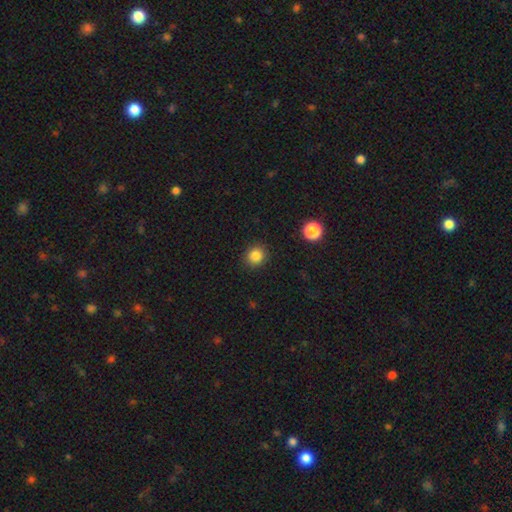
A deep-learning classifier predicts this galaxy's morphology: Smooth or featured? smooth (85%)
How rounded? round (85%)
Merging? none (90%)